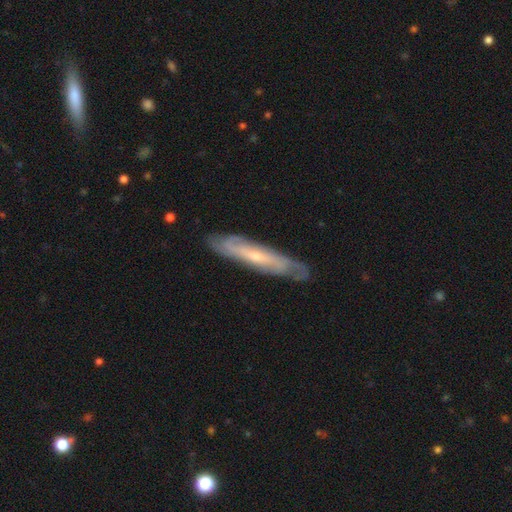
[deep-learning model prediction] A featured or disk galaxy (74%). Merging: none (80%).